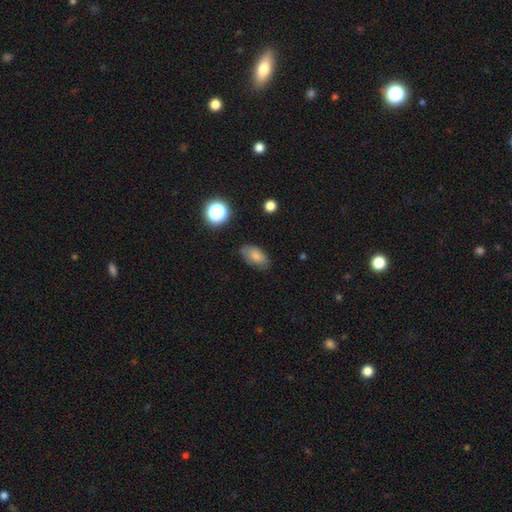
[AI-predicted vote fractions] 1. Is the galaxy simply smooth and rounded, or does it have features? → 77% smooth, 13% featured or disk, 10% star or artifact.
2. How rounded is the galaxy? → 91% in between, 6% round, 3% cigar-shaped.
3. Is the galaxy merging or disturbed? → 73% none, 20% minor disturbance, 5% major disturbance, 2% merger.